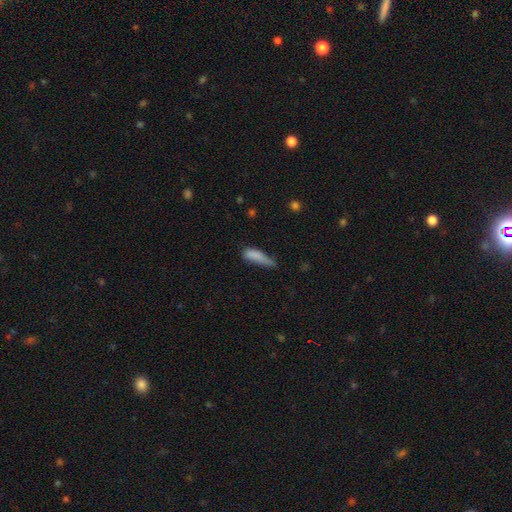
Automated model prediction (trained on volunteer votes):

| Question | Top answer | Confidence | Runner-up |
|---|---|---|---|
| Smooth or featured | smooth | 80% | featured or disk (11%) |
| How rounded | cigar-shaped | 52% | in between (46%) |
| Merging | minor disturbance | 42% | none (32%) |